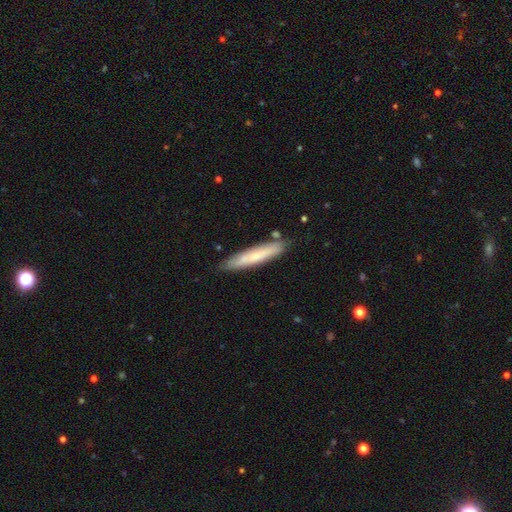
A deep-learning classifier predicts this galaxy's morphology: Q: Smooth or featured?
A: smooth (59%); runner-up: featured or disk (35%)
Q: How rounded?
A: cigar-shaped (89%); runner-up: in between (9%)
Q: Merging?
A: none (81%); runner-up: minor disturbance (13%)